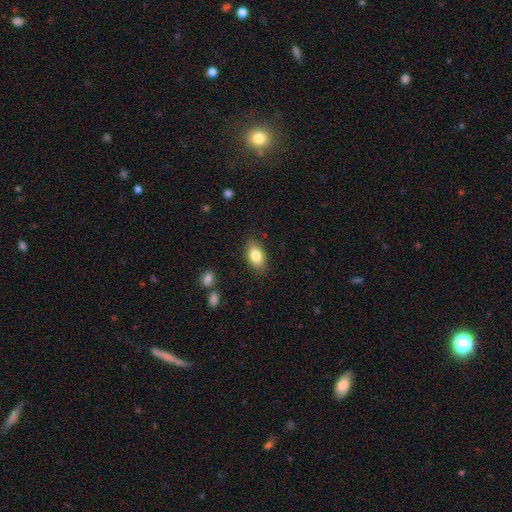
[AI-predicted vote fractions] Smooth or featured? smooth (83%)
How rounded? in between (91%)
Merging? none (85%)